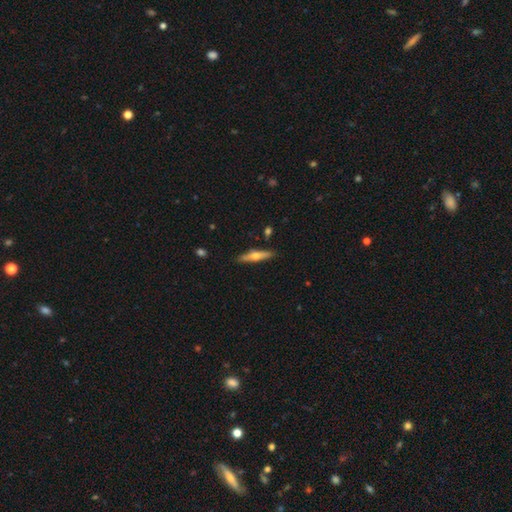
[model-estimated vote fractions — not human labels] Morphology: type=featured or disk (55%); edge-on=yes (94%); edge-on bulge=rounded (92%); merging=none (87%).